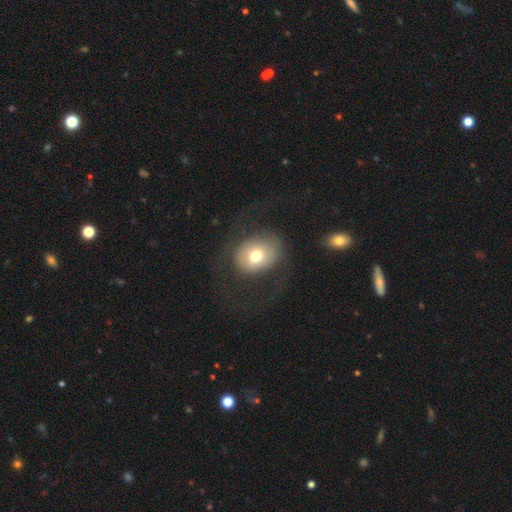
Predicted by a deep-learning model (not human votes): Smooth or featured? smooth (66%)
How rounded? in between (52%)
Merging? none (58%)